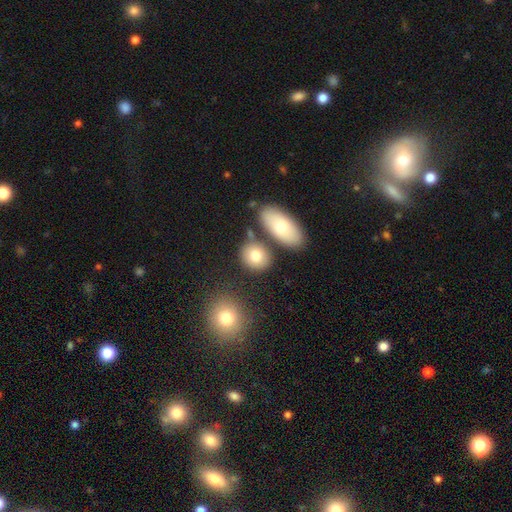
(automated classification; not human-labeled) Smooth or featured?
  - smooth: 76% *
  - featured or disk: 15%
  - star or artifact: 9%
How rounded?
  - round: 58% *
  - in between: 40%
  - cigar-shaped: 2%
Merging?
  - none: 70% *
  - merger: 16%
  - minor disturbance: 11%
  - major disturbance: 4%